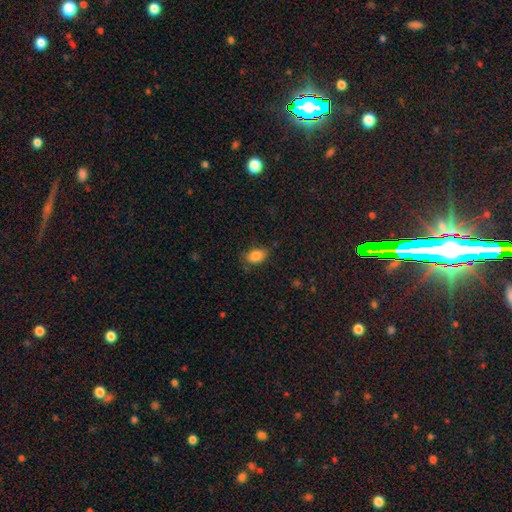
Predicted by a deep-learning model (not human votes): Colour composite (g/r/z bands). It shows a smooth galaxy with no disk features (84%) that is in between round and cigar-shaped (86%). Merging: none (74%).